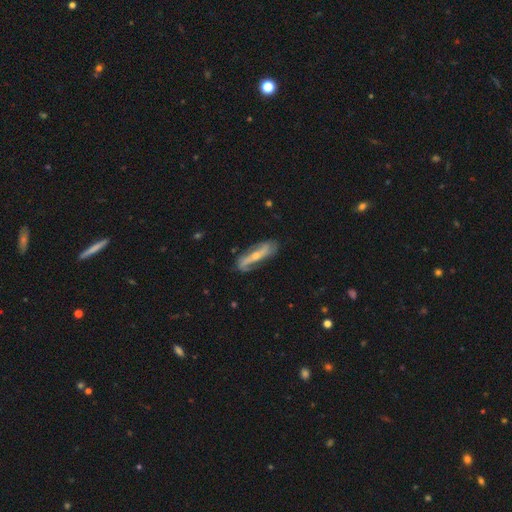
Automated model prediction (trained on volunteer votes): Smooth or featured: featured or disk — 75% (smooth — 19%)
Edge-on disk: no — 73% (yes — 27%)
Bar: strong — 46% (no — 29%)
Spiral arms: yes — 88% (no — 12%)
Bulge size: small — 54% (moderate — 41%)
Merging: none — 71% (minor disturbance — 20%)